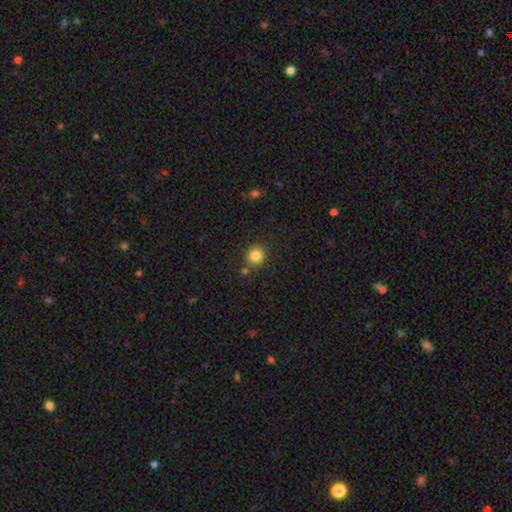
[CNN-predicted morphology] Smooth or featured? smooth (83%)
How rounded? round (89%)
Merging? none (83%)